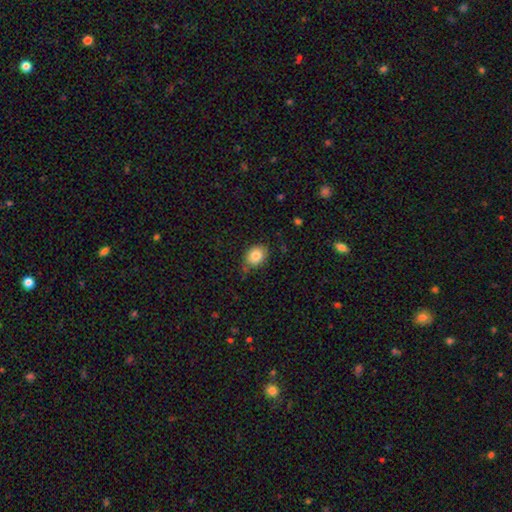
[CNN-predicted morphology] A smooth galaxy with no disk features (83%) that is in between round and cigar-shaped (64%). Merging: none (78%).